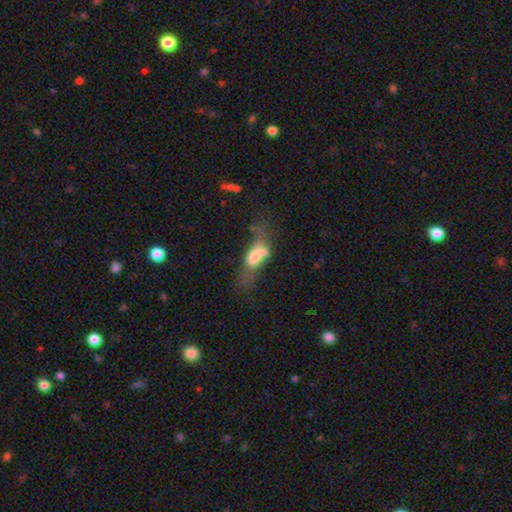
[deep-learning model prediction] A smooth galaxy with no disk features (54%) that is in between round and cigar-shaped (69%). Merging: merger (53%).